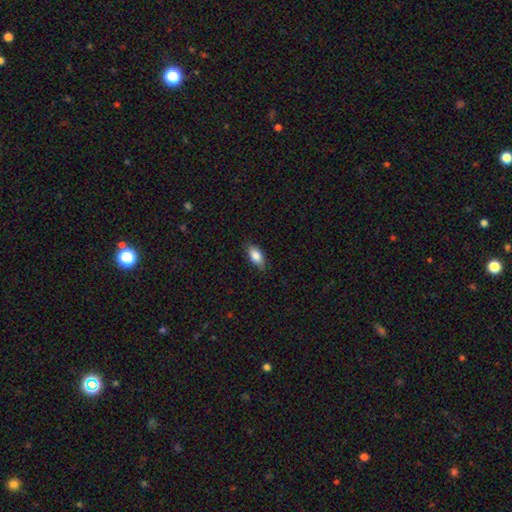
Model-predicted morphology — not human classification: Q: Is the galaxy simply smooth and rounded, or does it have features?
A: smooth — 85%.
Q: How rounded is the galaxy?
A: in between — 88%.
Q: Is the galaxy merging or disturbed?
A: none — 83%.